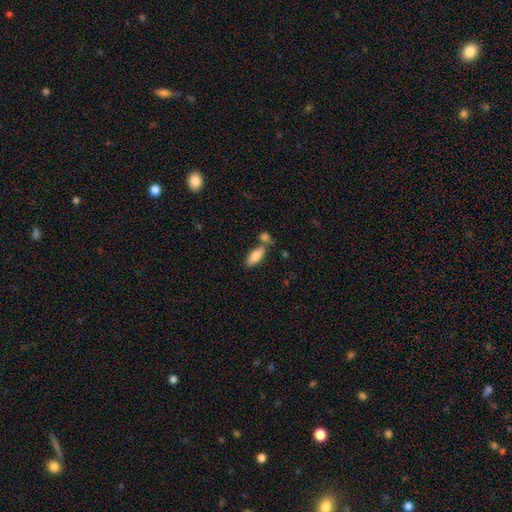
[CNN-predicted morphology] Overall: smooth (81%). How rounded: in between (79%). Merging: none (58%; merger 26%).